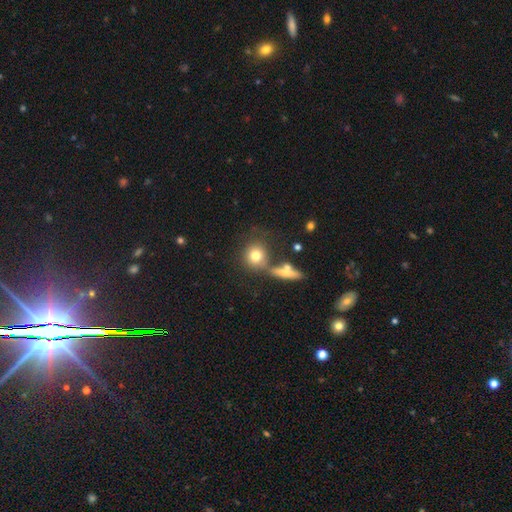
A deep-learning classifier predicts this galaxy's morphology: A smooth galaxy with no disk features (76%) that is round (87%).

Vote fractions:
- Smooth or featured? smooth: 76% / featured or disk: 13% / star or artifact: 10%
- How rounded? round: 87% / in between: 11% / cigar-shaped: 2%
- Merging? none: 65% / merger: 18% / minor disturbance: 12% / major disturbance: 5%